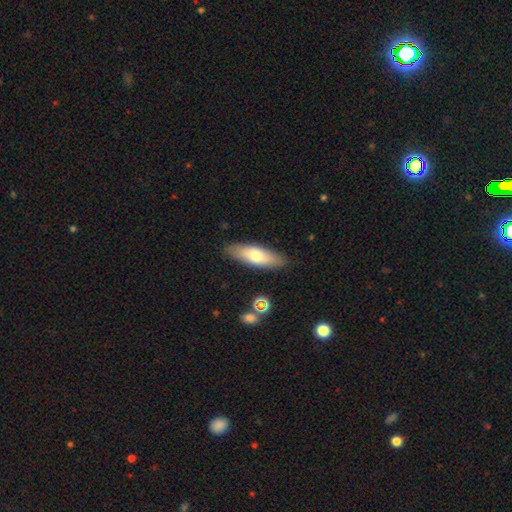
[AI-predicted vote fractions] Smooth or featured? smooth (68%)
How rounded? in between (54%)
Merging? none (87%)